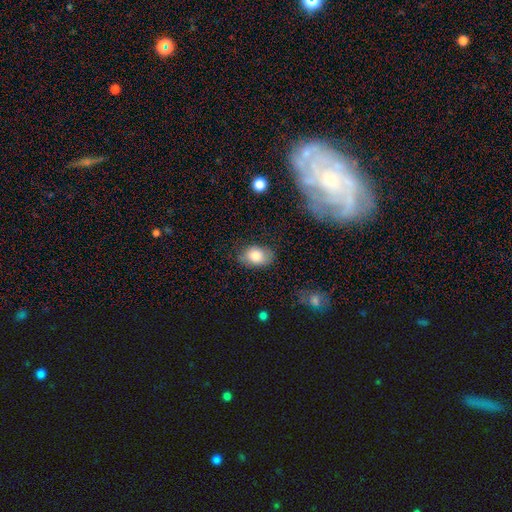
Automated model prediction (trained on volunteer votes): Smooth or featured? Predicted: smooth (p=0.80). How rounded? Predicted: in between (p=0.79). Merging? Predicted: none (p=0.74).